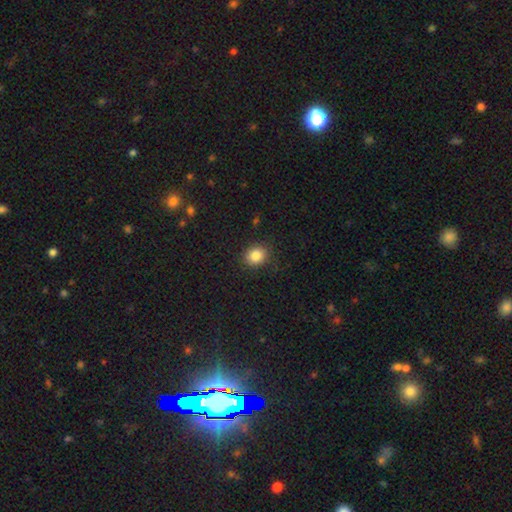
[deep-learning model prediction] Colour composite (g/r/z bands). It shows a smooth galaxy with no disk features (84%) that is round (70%). Merging: none (85%).